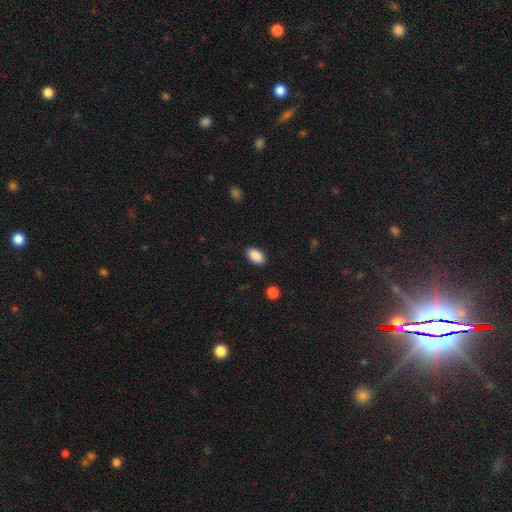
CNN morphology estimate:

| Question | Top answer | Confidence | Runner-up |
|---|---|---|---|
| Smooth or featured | smooth | 89% | star or artifact (7%) |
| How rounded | in between | 93% | round (6%) |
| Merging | none | 88% | minor disturbance (8%) |